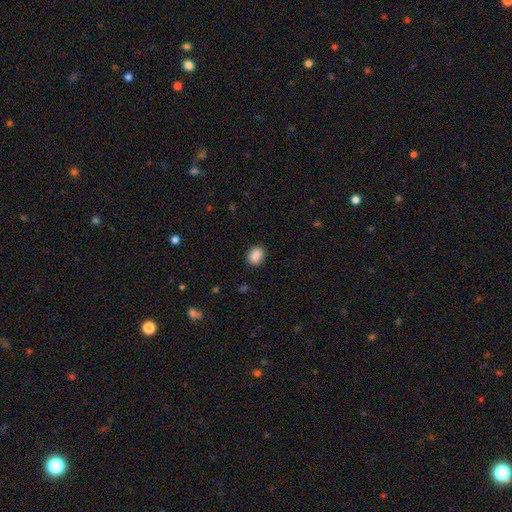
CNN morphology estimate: A smooth galaxy with no disk features (88%) that is round (54%).

Vote fractions:
- Smooth or featured? smooth: 88% / star or artifact: 8% / featured or disk: 4%
- How rounded? round: 54% / in between: 45% / cigar-shaped: 1%
- Merging? none: 87% / minor disturbance: 9% / major disturbance: 2% / merger: 1%